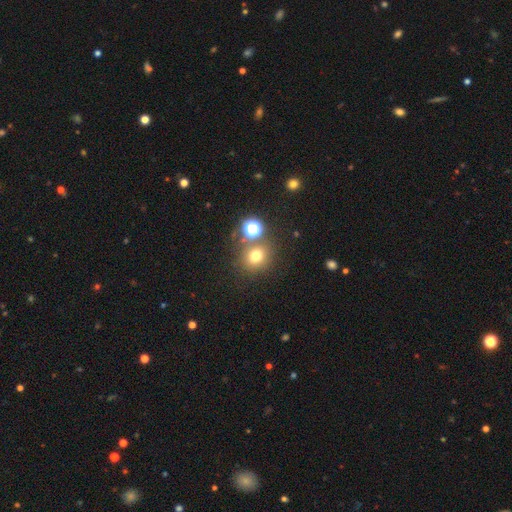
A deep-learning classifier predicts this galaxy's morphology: Smooth or featured: smooth — 70% (star or artifact — 21%)
How rounded: round — 79% (in between — 20%)
Merging: none — 72% (merger — 15%)